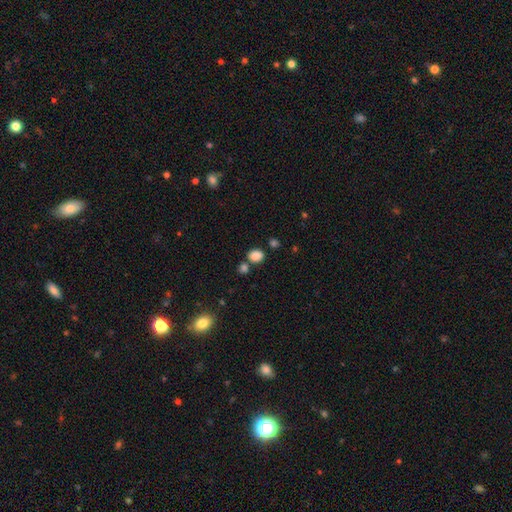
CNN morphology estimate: Smooth or featured? smooth (82%)
How rounded? in between (50%)
Merging? none (62%)